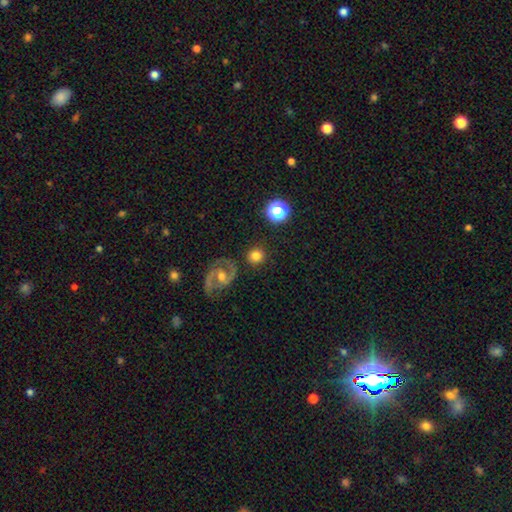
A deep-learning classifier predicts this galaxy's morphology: type=smooth (76%); roundness=round (91%); merging=none (85%).